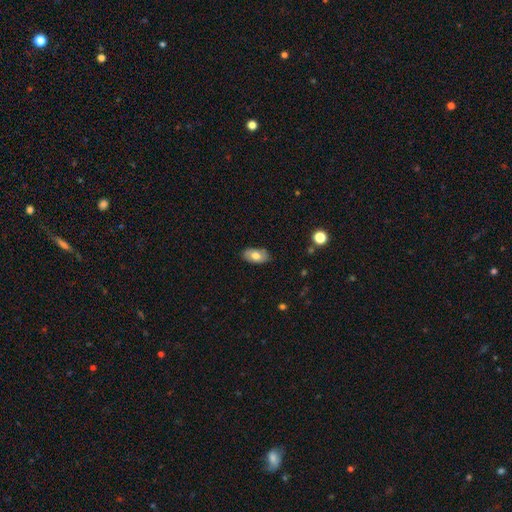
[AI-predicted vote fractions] smooth 71%, featured or disk 22%, star or artifact 7%. Down the decision tree: how rounded — in between (93%); merging — none (85%).